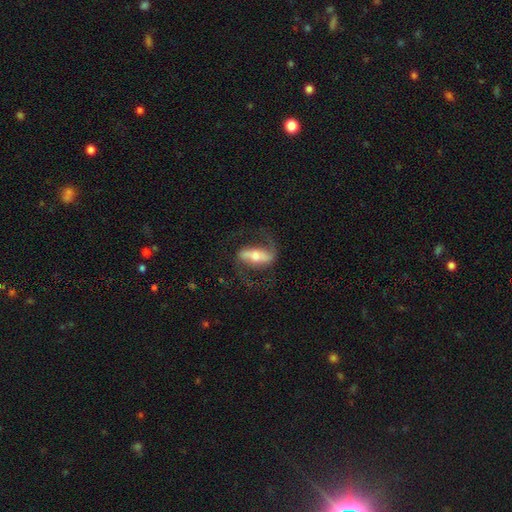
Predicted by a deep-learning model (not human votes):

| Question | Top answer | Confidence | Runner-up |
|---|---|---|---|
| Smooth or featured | featured or disk | 81% | smooth (13%) |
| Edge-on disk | no | 91% | yes (9%) |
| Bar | strong | 61% | weak (25%) |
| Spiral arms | yes | 92% | no (8%) |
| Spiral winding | medium | 45% | loose (43%) |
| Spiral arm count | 2 | 91% | can't tell (3%) |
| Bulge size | moderate | 52% | small (32%) |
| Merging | none | 72% | major disturbance (13%) |